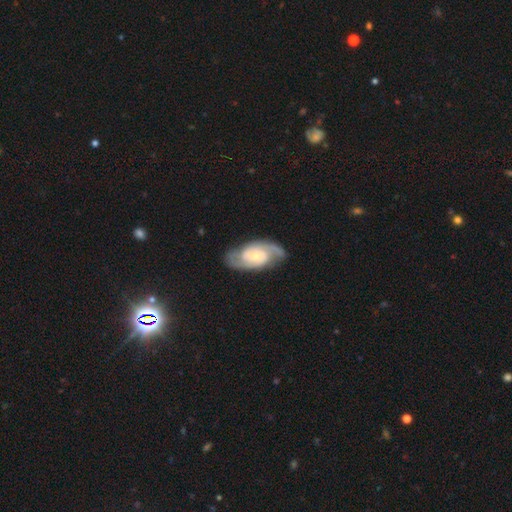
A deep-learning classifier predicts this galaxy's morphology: featured or disk 83%, smooth 12%, star or artifact 5%. Down the decision tree: edge-on disk — no (96%); bar — no (59%); spiral arms — yes (95%); spiral arm count — 2 (84%); spiral winding — medium (46%); bulge size — small (57%); merging — none (77%).